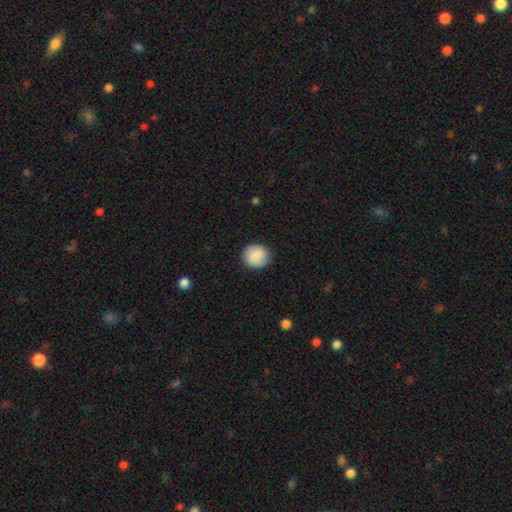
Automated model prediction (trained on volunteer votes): smooth_or_featured: smooth (p=0.79) [alt: featured or disk p=0.14]
how_rounded: round (p=0.85) [alt: in between p=0.14]
merging: none (p=0.87) [alt: minor disturbance p=0.09]